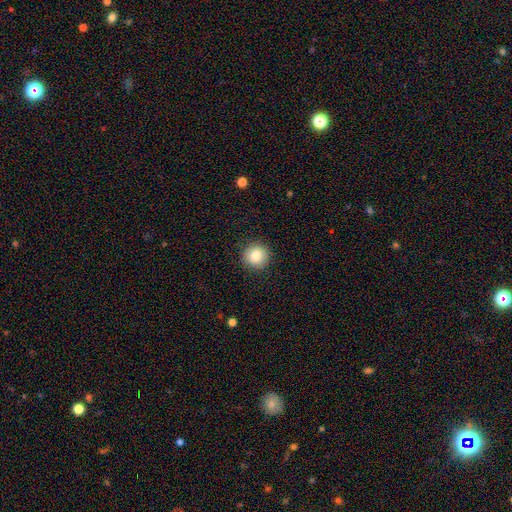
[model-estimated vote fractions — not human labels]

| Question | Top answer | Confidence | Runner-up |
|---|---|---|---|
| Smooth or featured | smooth | 83% | star or artifact (9%) |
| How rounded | round | 94% | in between (5%) |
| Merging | none | 91% | minor disturbance (6%) |